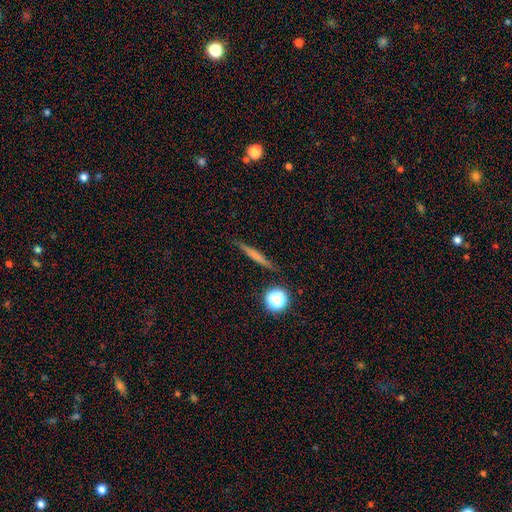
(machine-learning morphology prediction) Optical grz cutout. It shows a smooth galaxy with no disk features (54%) that is cigar-shaped (88%). Merging: none (88%).